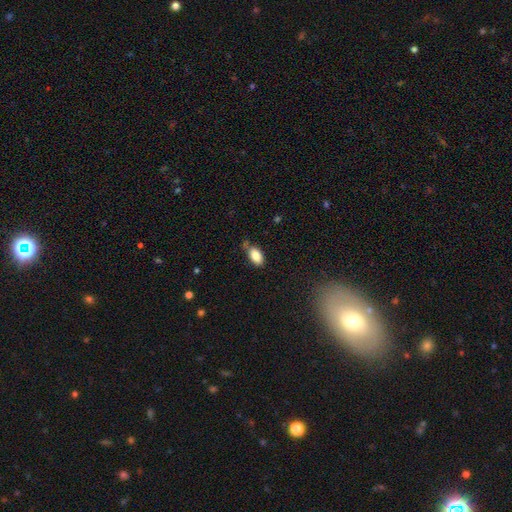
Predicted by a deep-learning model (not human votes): Smooth or featured?
  - smooth: 85% *
  - star or artifact: 8%
  - featured or disk: 7%
How rounded?
  - in between: 93% *
  - round: 4%
  - cigar-shaped: 3%
Merging?
  - none: 66% *
  - minor disturbance: 22%
  - merger: 7%
  - major disturbance: 5%